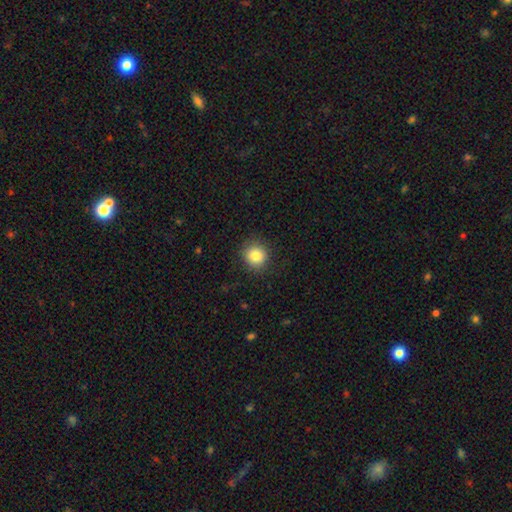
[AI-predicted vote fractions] Q: Smooth or featured?
A: smooth (84%); runner-up: star or artifact (10%)
Q: How rounded?
A: round (90%); runner-up: in between (9%)
Q: Merging?
A: none (87%); runner-up: minor disturbance (9%)